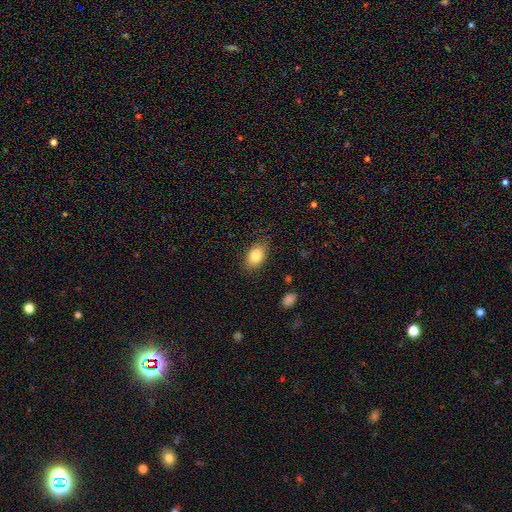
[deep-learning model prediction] This appears to be a smooth galaxy with no disk features (82%) that is in between round and cigar-shaped (85%). Merging: none (80%).